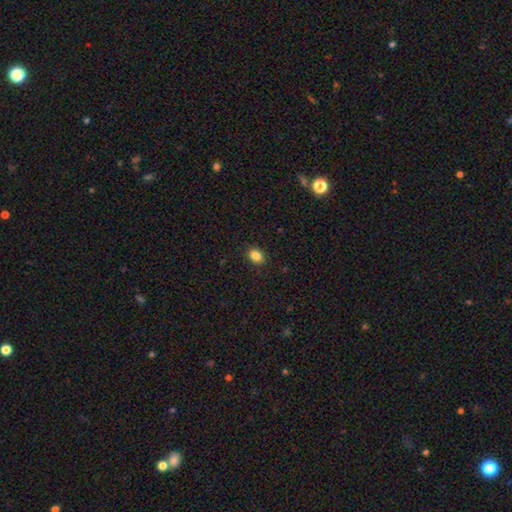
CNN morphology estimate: Overall: smooth (86%). How rounded: in between (69%; round 29%). Merging: none (89%).